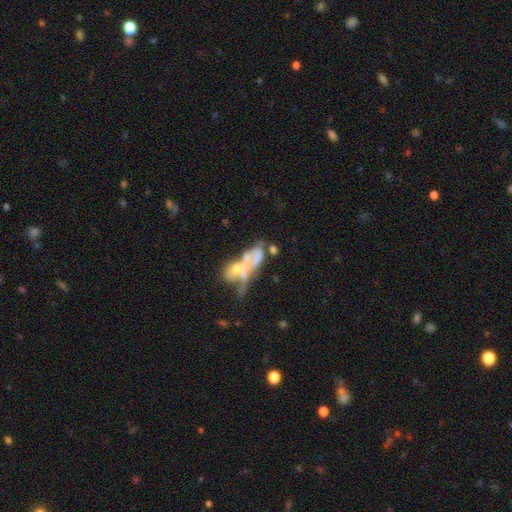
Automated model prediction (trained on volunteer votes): featured or disk 54%, smooth 34%, star or artifact 12%. Down the decision tree: edge-on disk — no (89%); merging — merger (56%).